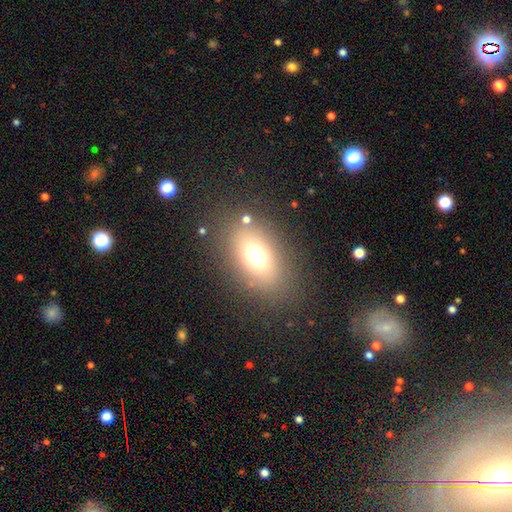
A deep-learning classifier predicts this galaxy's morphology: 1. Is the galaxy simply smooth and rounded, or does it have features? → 64% smooth, 19% star or artifact, 17% featured or disk.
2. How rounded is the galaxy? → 71% in between, 27% round, 2% cigar-shaped.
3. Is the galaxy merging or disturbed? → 80% none, 10% minor disturbance, 6% major disturbance, 3% merger.